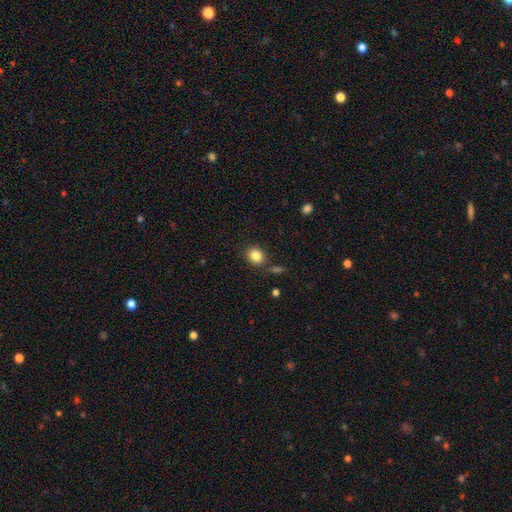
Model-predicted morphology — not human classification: Q: Smooth or featured?
A: smooth (84%); runner-up: star or artifact (10%)
Q: How rounded?
A: round (64%); runner-up: in between (35%)
Q: Merging?
A: none (80%); runner-up: minor disturbance (11%)